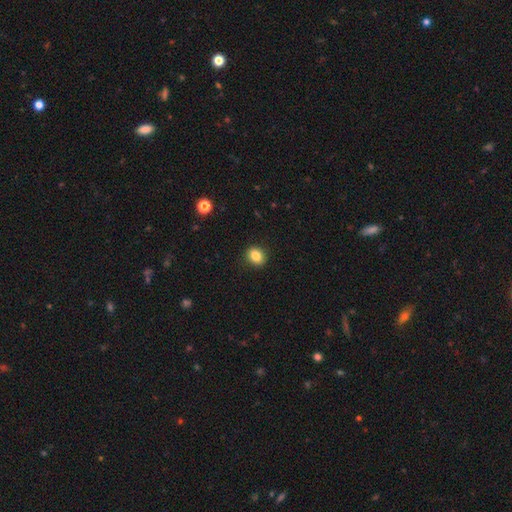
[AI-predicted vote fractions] This appears to be a smooth galaxy with no disk features (85%) that is round (60%). Merging: none (90%).